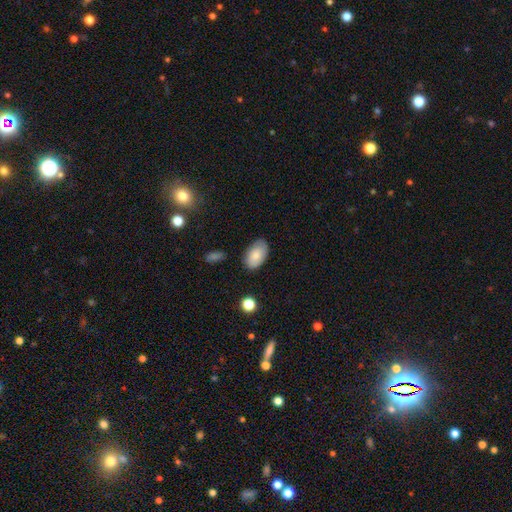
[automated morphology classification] type=smooth (80%); roundness=in between (94%); merging=none (78%).